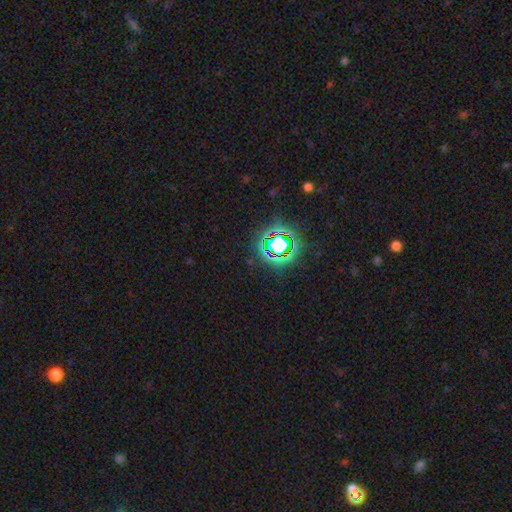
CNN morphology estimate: Smooth or featured? Predicted: star or artifact (p=0.78).